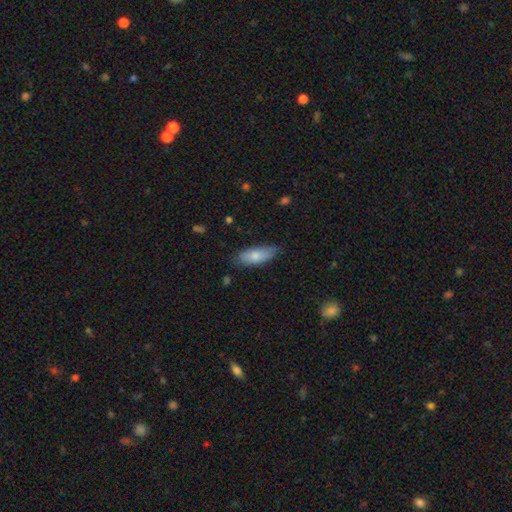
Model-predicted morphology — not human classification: The model was most divided on "how rounded": in between: 72%, cigar-shaped: 26%, round: 2%. More confident: smooth or featured — smooth (78%); merging — none (75%).